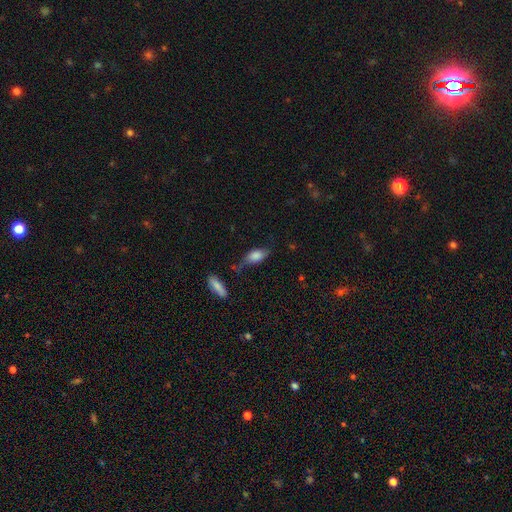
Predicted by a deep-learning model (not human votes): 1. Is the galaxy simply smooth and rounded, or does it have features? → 73% smooth, 19% featured or disk, 8% star or artifact.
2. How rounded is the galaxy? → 83% in between, 12% cigar-shaped, 5% round.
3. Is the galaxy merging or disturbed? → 48% none, 30% minor disturbance, 14% major disturbance, 8% merger.